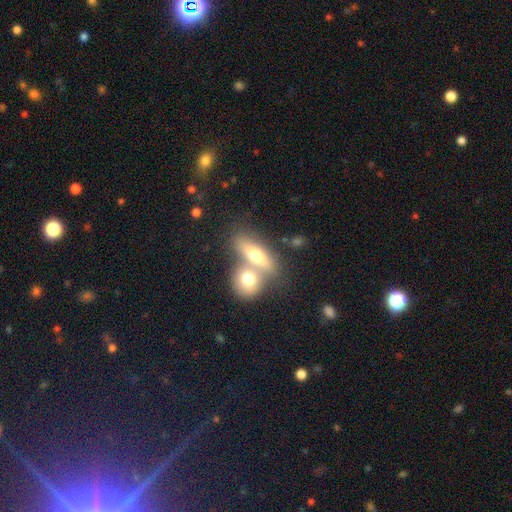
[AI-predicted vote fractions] Smooth or featured? Predicted: smooth (p=0.61). How rounded? Predicted: in between (p=0.63). Merging? Predicted: merger (p=0.57).